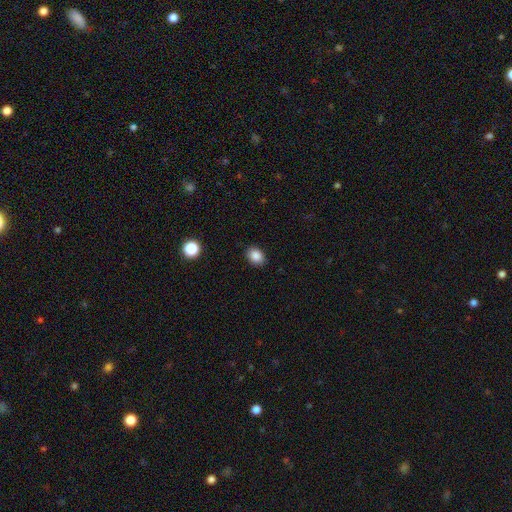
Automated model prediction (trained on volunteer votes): A smooth galaxy with no disk features (86%) that is in between round and cigar-shaped (65%).

Vote fractions:
- Smooth or featured? smooth: 86% / star or artifact: 10% / featured or disk: 5%
- How rounded? in between: 65% / round: 34% / cigar-shaped: 1%
- Merging? none: 88% / minor disturbance: 8% / major disturbance: 2% / merger: 1%